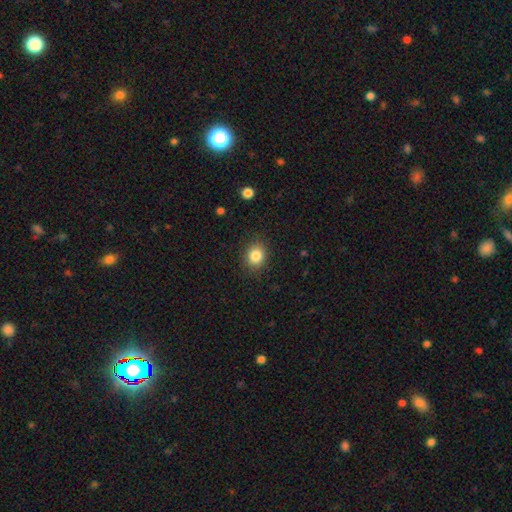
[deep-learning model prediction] This appears to be a smooth galaxy with no disk features (84%) that is round (69%). Merging: none (87%).